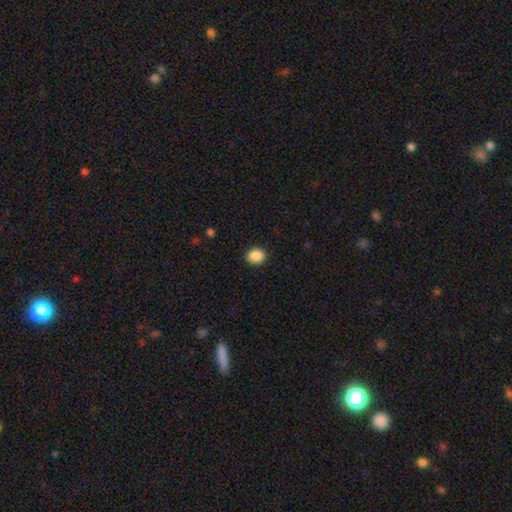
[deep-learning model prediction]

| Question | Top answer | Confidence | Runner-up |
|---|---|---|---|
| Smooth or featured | smooth | 89% | star or artifact (8%) |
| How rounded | round | 50% | in between (49%) |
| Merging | none | 90% | minor disturbance (7%) |